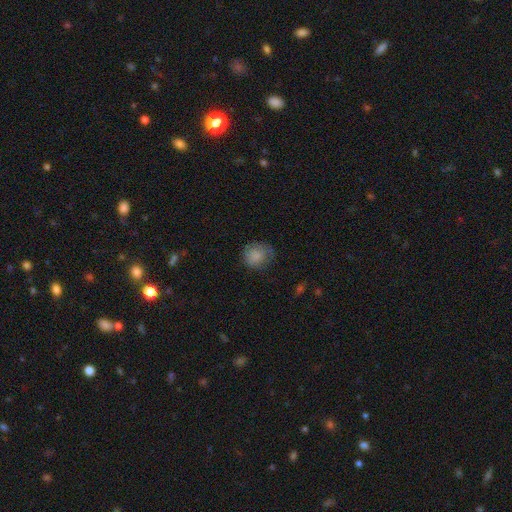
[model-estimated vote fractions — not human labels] The model was most divided on "merging": none: 65%, minor disturbance: 25%, major disturbance: 8%, merger: 1%. More confident: smooth or featured — smooth (83%); how rounded — round (77%).